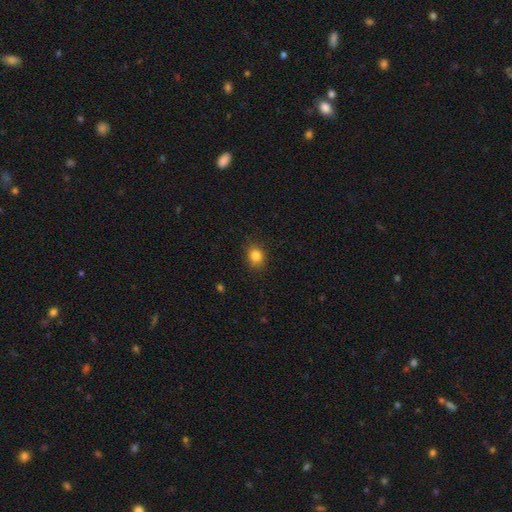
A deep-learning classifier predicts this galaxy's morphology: This appears to be a smooth galaxy with no disk features (83%) that is round (66%). Merging: none (87%).